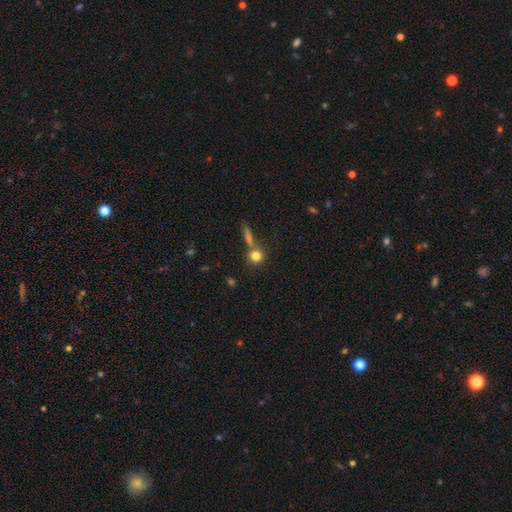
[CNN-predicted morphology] type=smooth (79%); roundness=round (86%); merging=none (63%).